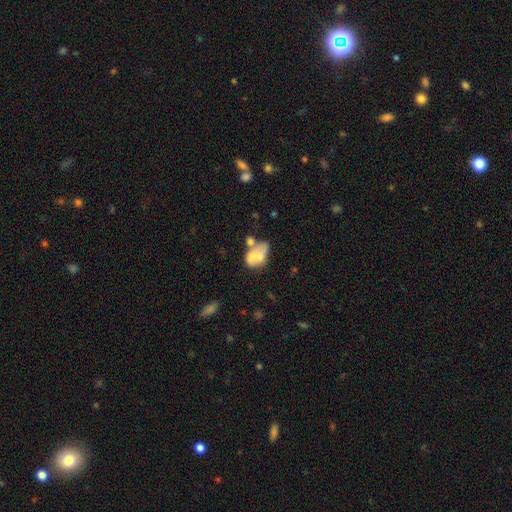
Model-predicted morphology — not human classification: smooth_or_featured: smooth (p=0.55) [alt: featured or disk p=0.37]
how_rounded: in between (p=0.84) [alt: round p=0.15]
merging: merger (p=0.46) [alt: none p=0.23]